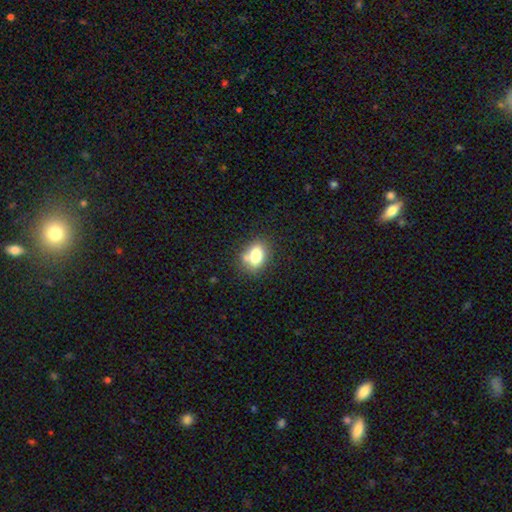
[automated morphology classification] A smooth galaxy with no disk features (78%) that is in between round and cigar-shaped (69%). Merging: none (65%).